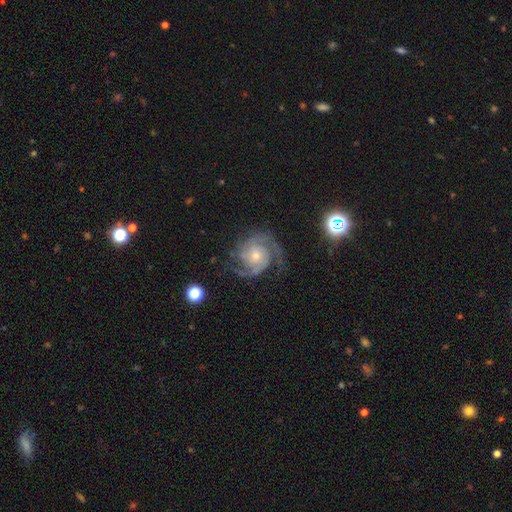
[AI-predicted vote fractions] A featured or disk galaxy (90%) with no bar (74%), 2 (53%) medium (47%) spiral arms (98%) and a small central bulge (56%). Merging: none (73%).